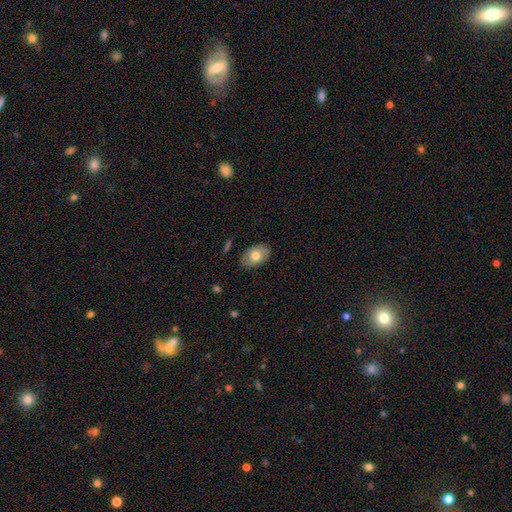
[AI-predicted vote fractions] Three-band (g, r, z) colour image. It shows a smooth galaxy with no disk features (72%) that is in between round and cigar-shaped (89%). Merging: none (82%).